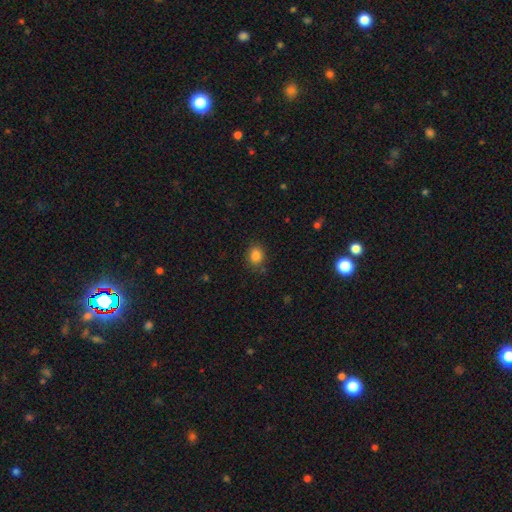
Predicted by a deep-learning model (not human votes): Smooth or featured: smooth — 85% (star or artifact — 11%)
How rounded: round — 59% (in between — 40%)
Merging: none — 82% (minor disturbance — 13%)